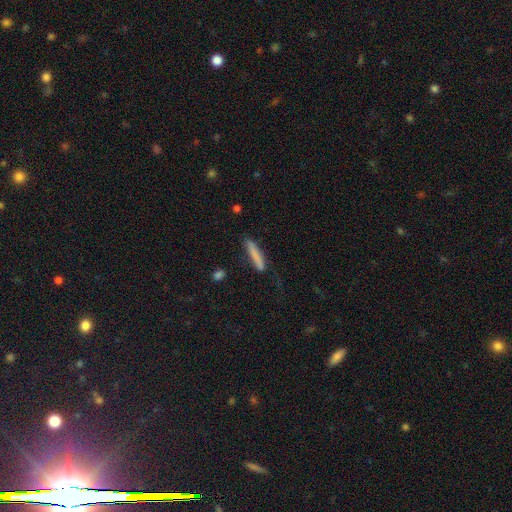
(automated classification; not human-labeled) The model was most divided on "merging": none: 79%, minor disturbance: 15%, major disturbance: 4%, merger: 2%. More confident: how rounded — cigar-shaped (93%); smooth or featured — smooth (79%).